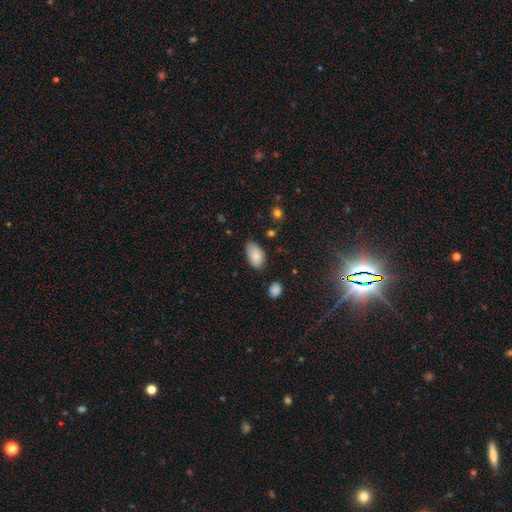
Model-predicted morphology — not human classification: Smooth or featured?
  - smooth: 84% *
  - featured or disk: 9%
  - star or artifact: 7%
How rounded?
  - in between: 94% *
  - round: 4%
  - cigar-shaped: 2%
Merging?
  - none: 67% *
  - minor disturbance: 27%
  - major disturbance: 4%
  - merger: 2%